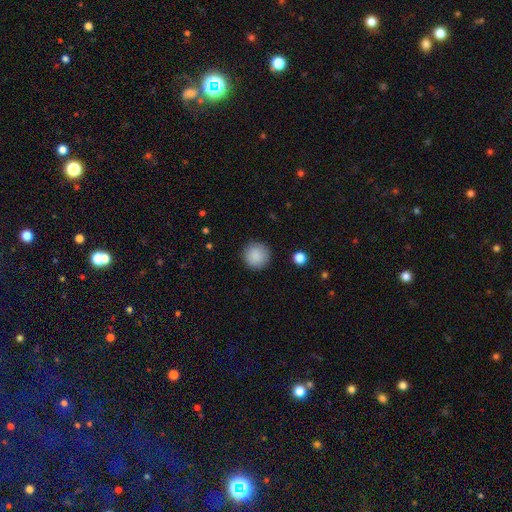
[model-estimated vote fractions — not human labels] smooth 89%, star or artifact 8%, featured or disk 4%. Down the decision tree: how rounded — round (95%); merging — none (91%).